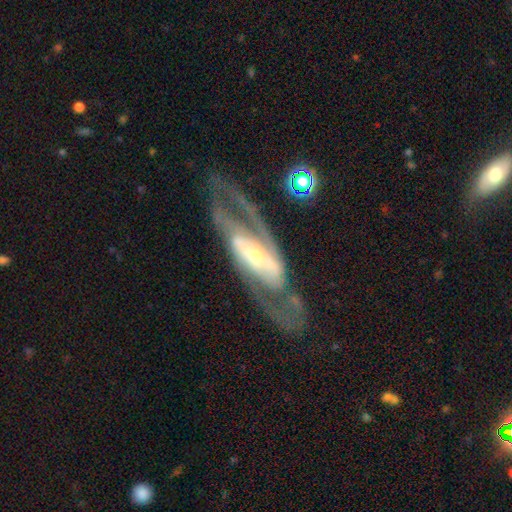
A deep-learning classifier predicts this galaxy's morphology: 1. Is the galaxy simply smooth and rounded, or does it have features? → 87% featured or disk, 7% smooth, 5% star or artifact.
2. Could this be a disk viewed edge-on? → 89% no, 11% yes.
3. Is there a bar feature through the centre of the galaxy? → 51% strong, 27% weak, 22% no.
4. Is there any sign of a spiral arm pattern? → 92% yes, 8% no.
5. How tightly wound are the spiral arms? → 50% medium, 29% tight, 21% loose.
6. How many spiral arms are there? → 85% 2, 7% can't tell, 3% 3, 2% 1, 1% 4, 1% more than 4.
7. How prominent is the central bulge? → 59% small, 31% moderate, 6% large, 2% none, 2% dominant.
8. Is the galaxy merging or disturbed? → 68% none, 15% minor disturbance, 15% major disturbance, 3% merger.